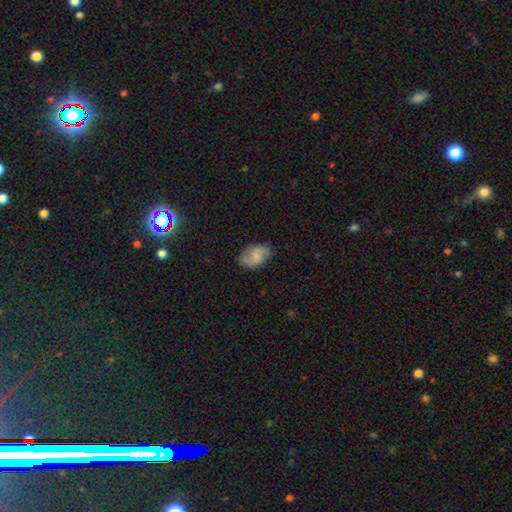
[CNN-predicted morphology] Q: Smooth or featured?
A: featured or disk (47%); runner-up: smooth (45%)
Q: Merging?
A: none (79%); runner-up: minor disturbance (15%)